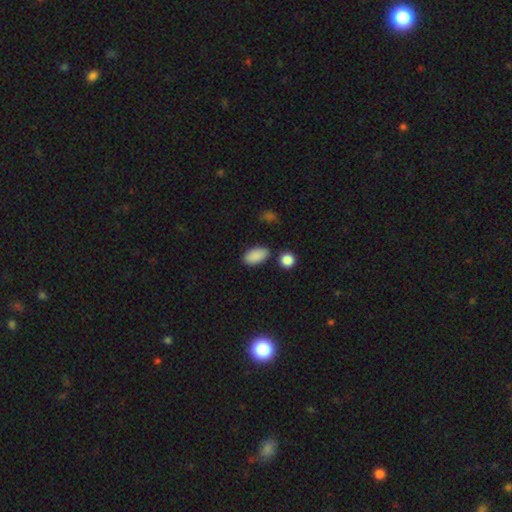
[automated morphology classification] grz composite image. It shows a smooth galaxy with no disk features (89%) that is in between round and cigar-shaped (93%). Merging: none (80%).